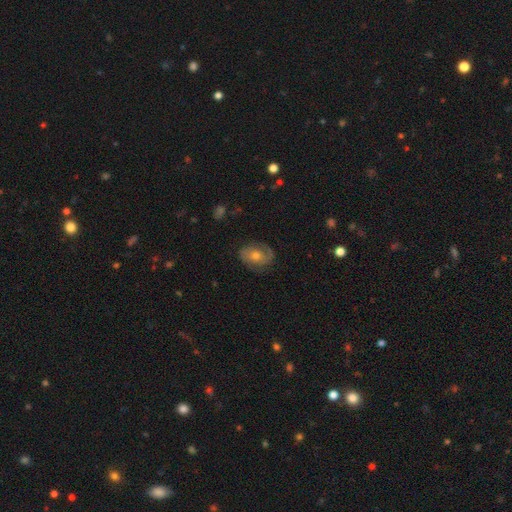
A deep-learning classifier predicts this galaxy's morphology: Overall: featured or disk (69%). Edge-on disk: no (96%). Bar: no (67%). Spiral arms: yes (85%). Spiral arm count: 2 (70%). Spiral winding: tight (47%; medium 39%). Bulge size: moderate (64%; small 29%). Merging: none (78%).